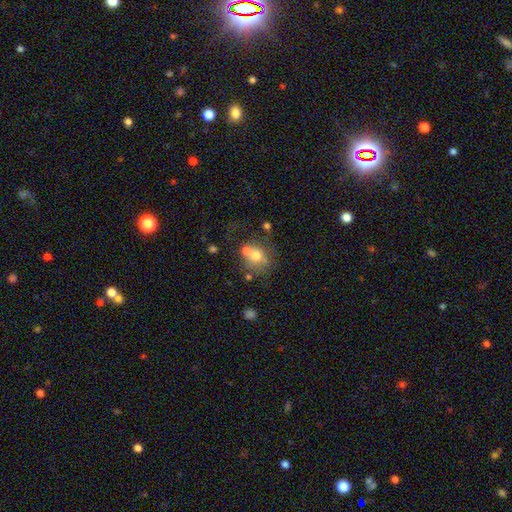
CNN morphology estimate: smooth-or-featured: smooth: 65% | featured or disk: 21% | star or artifact: 13%
  how-rounded: round: 76% | in between: 23% | cigar-shaped: 1%
  merging: none: 43% | merger: 36% | minor disturbance: 13% | major disturbance: 8%